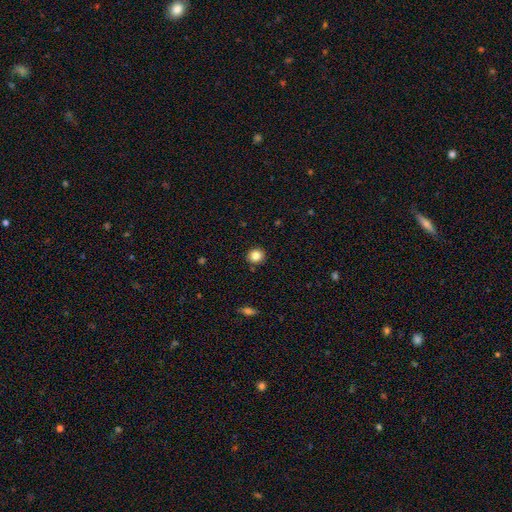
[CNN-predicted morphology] Overall: smooth (83%). How rounded: round (86%). Merging: none (91%).